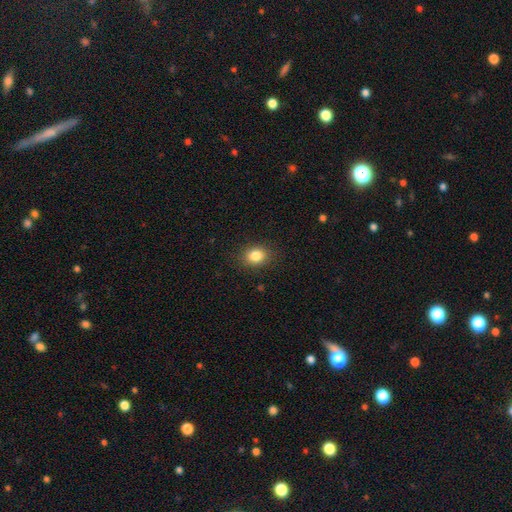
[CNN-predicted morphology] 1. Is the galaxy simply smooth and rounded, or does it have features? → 83% smooth, 10% star or artifact, 6% featured or disk.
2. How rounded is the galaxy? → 51% in between, 48% round, 1% cigar-shaped.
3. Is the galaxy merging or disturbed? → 88% none, 9% minor disturbance, 3% major disturbance, 1% merger.